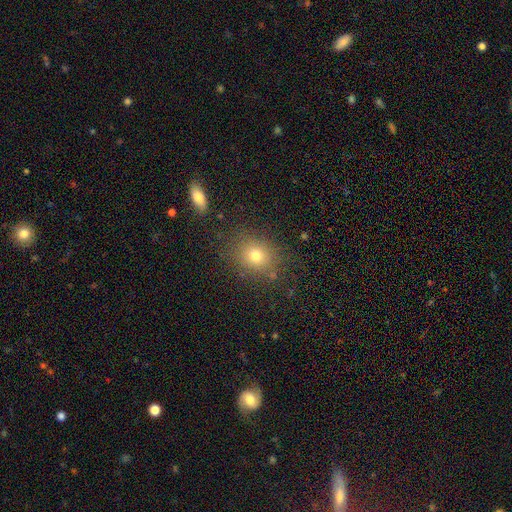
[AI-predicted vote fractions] Smooth or featured? Predicted: smooth (p=0.75). How rounded? Predicted: round (p=0.67). Merging? Predicted: none (p=0.82).